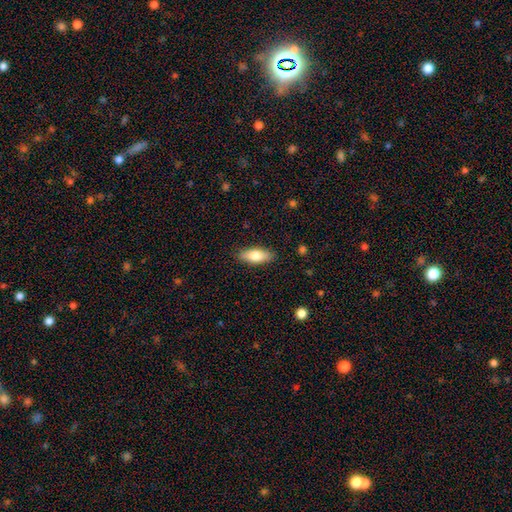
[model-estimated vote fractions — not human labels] Morphology: type=smooth (76%); roundness=in between (75%); merging=none (88%).